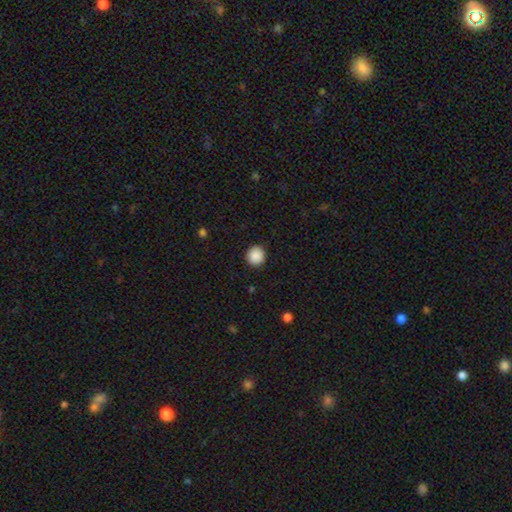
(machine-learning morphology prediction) Smooth or featured?
  - smooth: 89% *
  - star or artifact: 8%
  - featured or disk: 2%
How rounded?
  - round: 93% *
  - in between: 6%
  - cigar-shaped: 1%
Merging?
  - none: 92% *
  - minor disturbance: 6%
  - major disturbance: 2%
  - merger: 1%